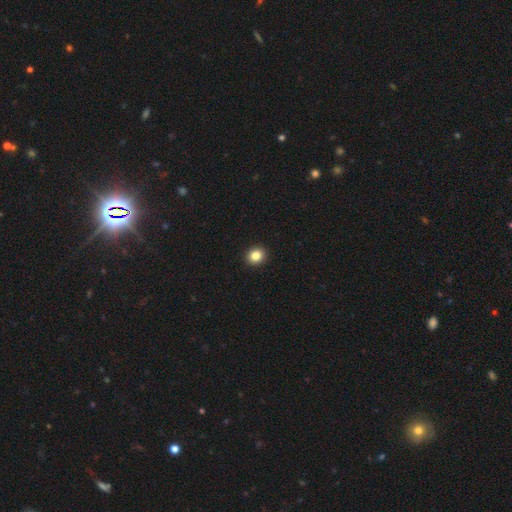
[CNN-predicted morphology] A smooth galaxy with no disk features (85%) that is round (79%).

Vote fractions:
- Smooth or featured? smooth: 85% / star or artifact: 11% / featured or disk: 5%
- How rounded? round: 79% / in between: 20% / cigar-shaped: 1%
- Merging? none: 93% / minor disturbance: 5% / major disturbance: 1% / merger: 1%